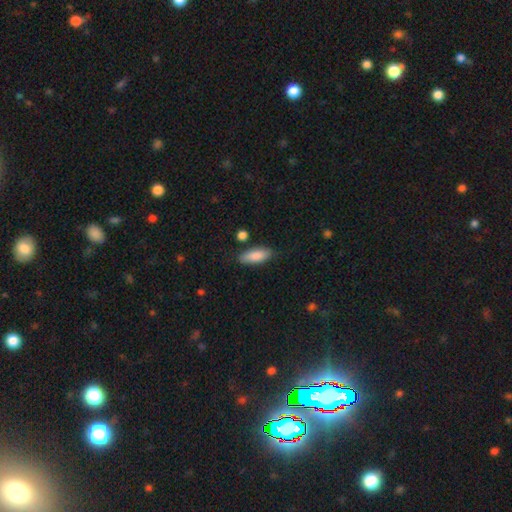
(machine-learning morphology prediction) type=smooth (85%); roundness=in between (71%); merging=none (81%).